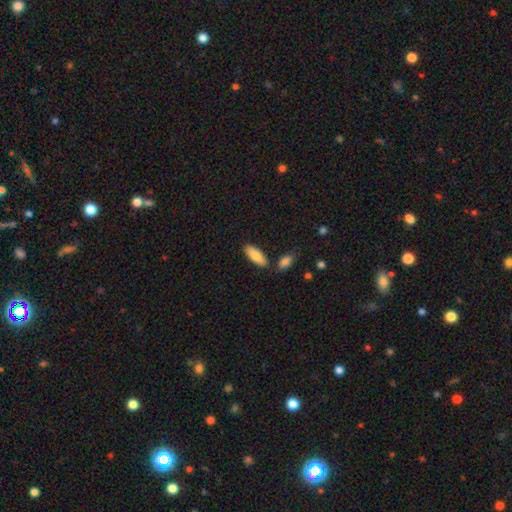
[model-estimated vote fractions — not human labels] Morphology: type=smooth (83%); roundness=in between (75%); merging=none (81%).